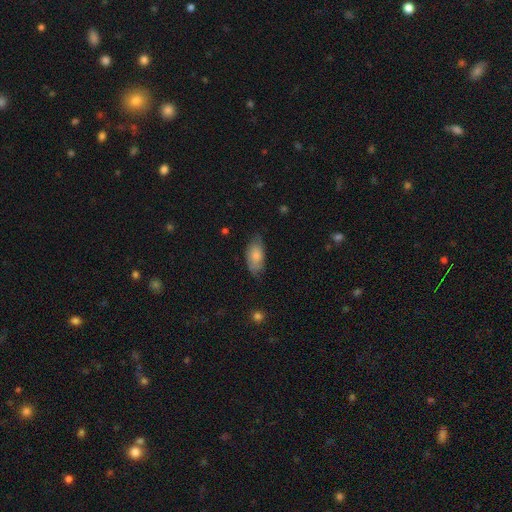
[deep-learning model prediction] Overall: smooth (75%). How rounded: in between (91%). Merging: none (68%).